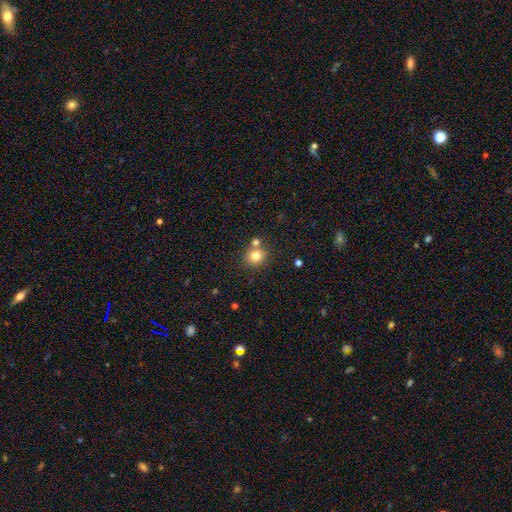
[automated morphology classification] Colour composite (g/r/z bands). It shows a smooth galaxy with no disk features (79%) that is round (85%). Merging: none (67%).